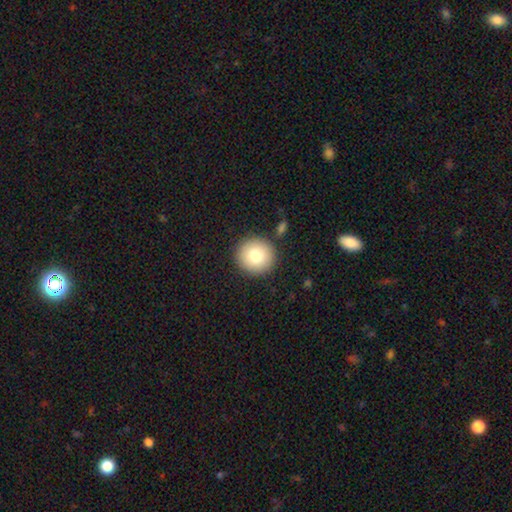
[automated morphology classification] Smooth or featured? smooth (79%)
How rounded? round (94%)
Merging? none (88%)